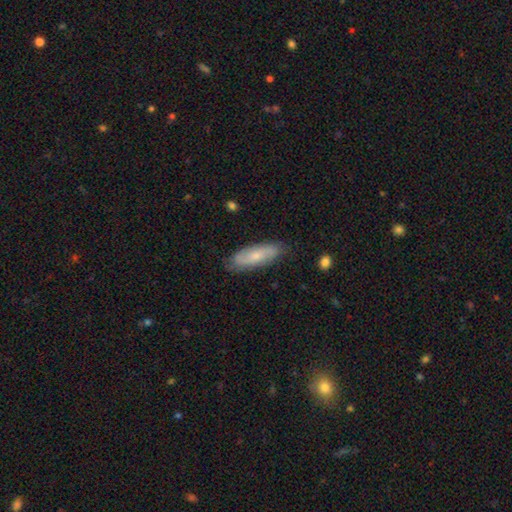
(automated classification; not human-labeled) This appears to be a smooth galaxy with no disk features (51%) that is in between round and cigar-shaped (55%). Merging: none (81%).